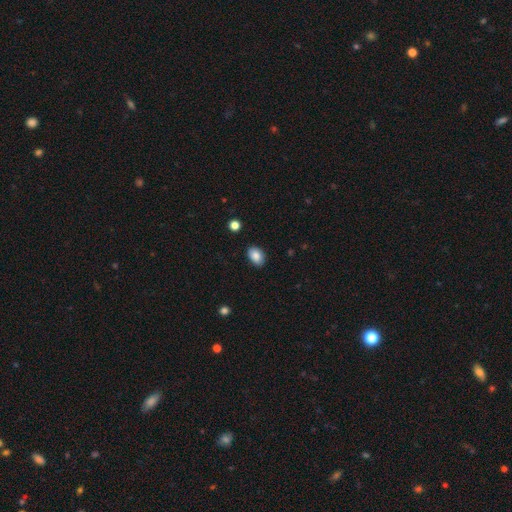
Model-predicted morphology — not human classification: A smooth galaxy with no disk features (85%) that is in between round and cigar-shaped (82%). Merging: none (87%).